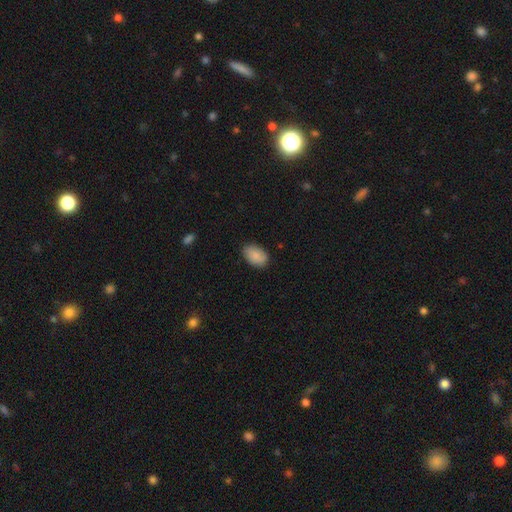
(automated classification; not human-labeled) smooth 87%, featured or disk 7%, star or artifact 7%. Down the decision tree: how rounded — in between (90%); merging — none (82%).